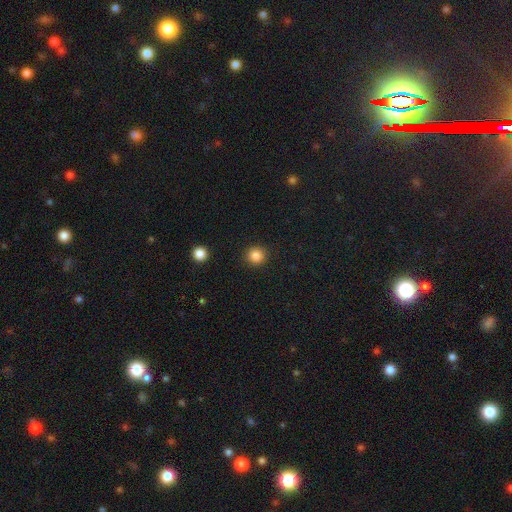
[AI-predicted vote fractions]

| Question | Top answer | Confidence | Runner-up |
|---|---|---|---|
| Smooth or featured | smooth | 85% | star or artifact (11%) |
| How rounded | round | 92% | in between (7%) |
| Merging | none | 91% | minor disturbance (5%) |